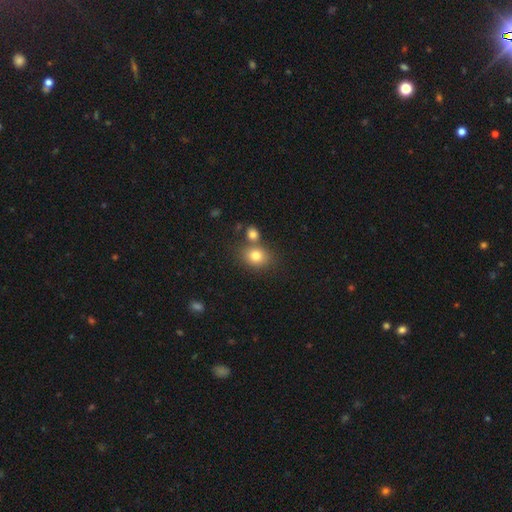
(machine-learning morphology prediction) A smooth galaxy with no disk features (79%) that is round (58%). Merging: none (60%).